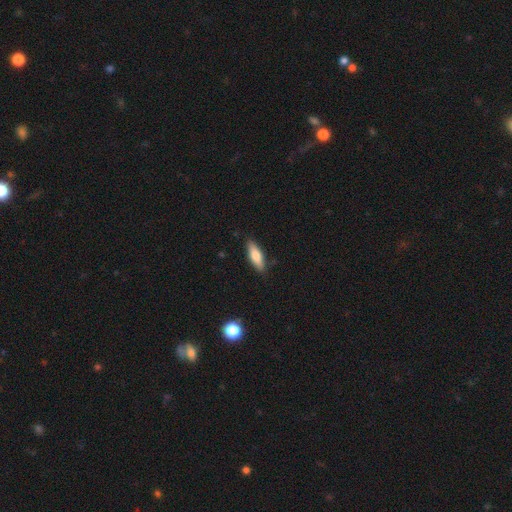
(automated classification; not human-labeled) Smooth or featured? Predicted: smooth (p=0.74). How rounded? Predicted: in between (p=0.52). Merging? Predicted: none (p=0.86).